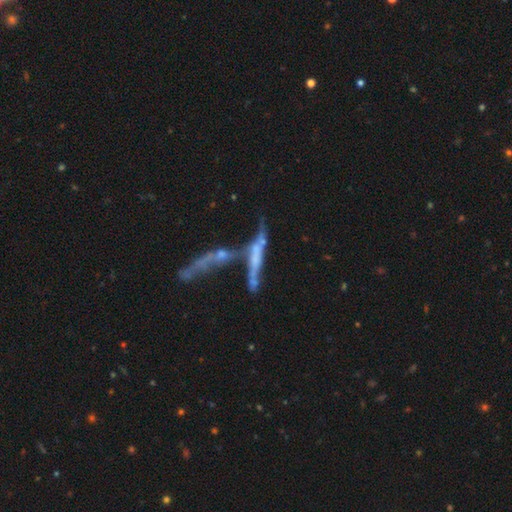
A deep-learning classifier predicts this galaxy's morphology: A featured or disk galaxy (61%) viewed edge-on (57%). Merging: merger (51%).